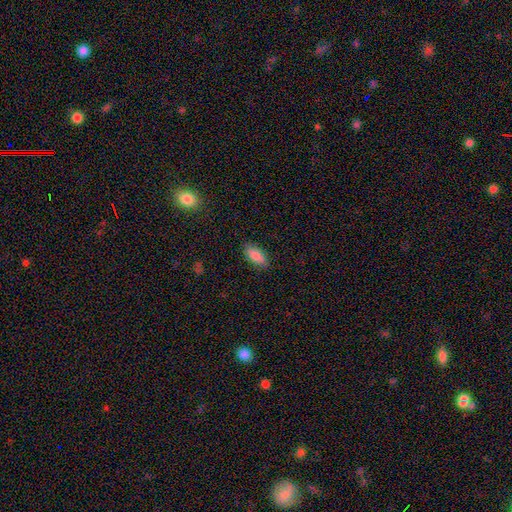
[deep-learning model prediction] Smooth or featured?
  - smooth: 86% *
  - star or artifact: 7%
  - featured or disk: 7%
How rounded?
  - in between: 84% *
  - cigar-shaped: 14%
  - round: 2%
Merging?
  - none: 86% *
  - minor disturbance: 11%
  - major disturbance: 2%
  - merger: 1%